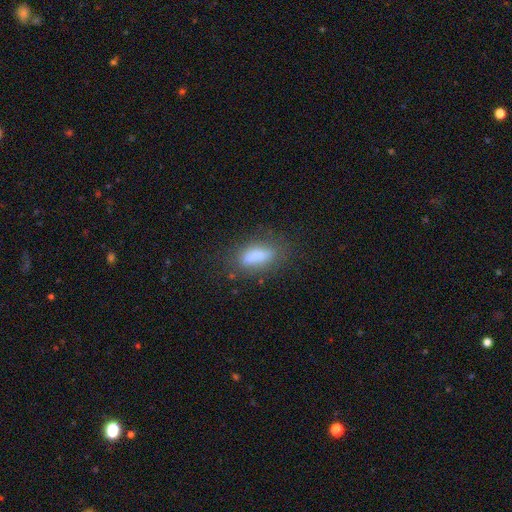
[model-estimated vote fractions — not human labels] Morphology: type=smooth (76%); roundness=in between (73%); merging=none (69%).